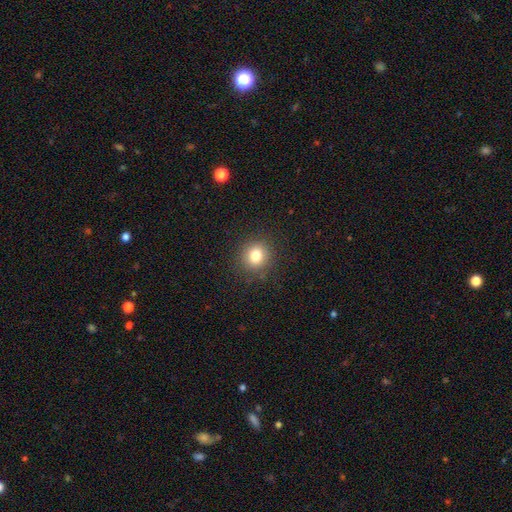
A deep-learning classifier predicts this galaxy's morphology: smooth 80%, star or artifact 12%, featured or disk 8%. Down the decision tree: how rounded — round (85%); merging — none (88%).